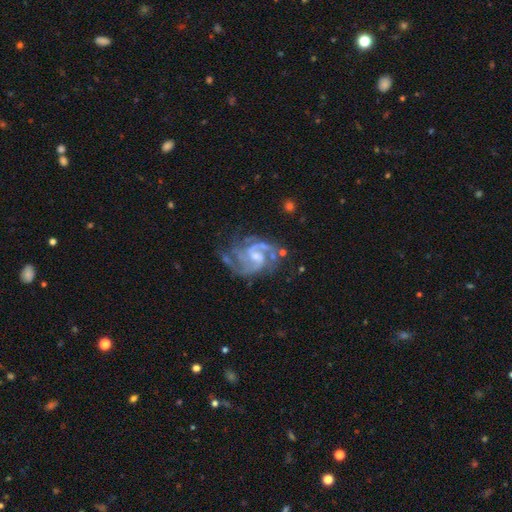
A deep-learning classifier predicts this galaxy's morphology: Smooth or featured: featured or disk — 92% (star or artifact — 5%)
Edge-on disk: no — 98% (yes — 2%)
Bar: weak — 53% (no — 35%)
Spiral arms: yes — 98% (no — 2%)
Spiral winding: medium — 55% (tight — 32%)
Spiral arm count: 2 — 47% (3 — 26%)
Bulge size: small — 49% (moderate — 40%)
Merging: none — 59% (minor disturbance — 21%)